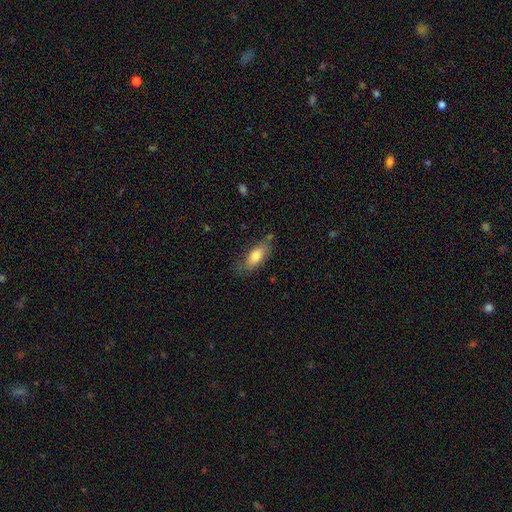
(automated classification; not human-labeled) This is likely a smooth galaxy (74%). How rounded: likely in between (78%). Merging: likely none (69%).